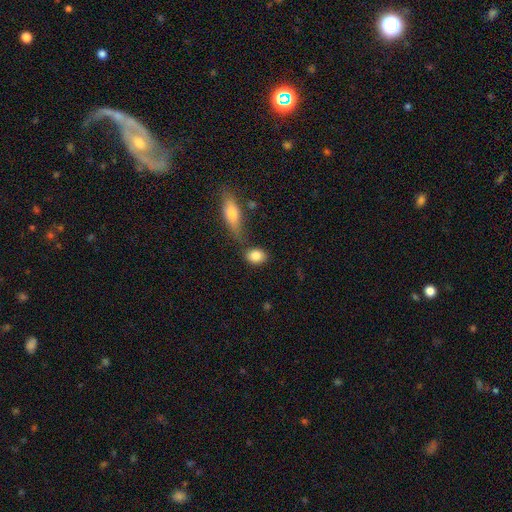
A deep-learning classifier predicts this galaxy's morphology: Smooth or featured? smooth (85%)
How rounded? in between (63%)
Merging? none (70%)